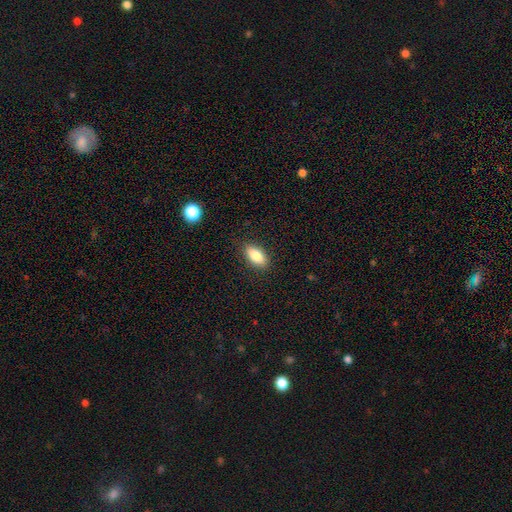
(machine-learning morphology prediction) A smooth galaxy with no disk features (82%) that is in between round and cigar-shaped (86%).

Vote fractions:
- Smooth or featured? smooth: 82% / featured or disk: 10% / star or artifact: 8%
- How rounded? in between: 86% / cigar-shaped: 10% / round: 4%
- Merging? none: 87% / minor disturbance: 10% / major disturbance: 2% / merger: 1%